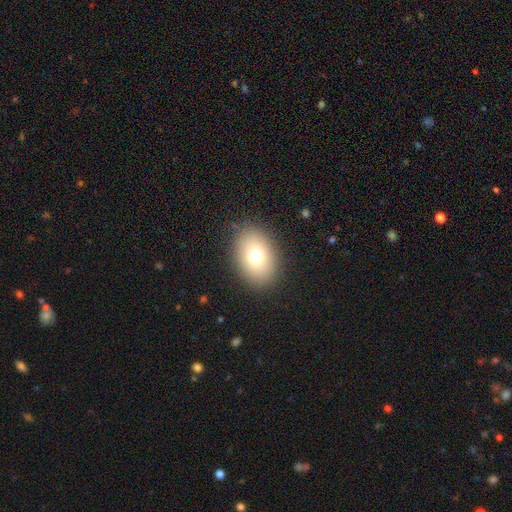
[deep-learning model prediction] Q: Smooth or featured?
A: smooth (72%); runner-up: featured or disk (15%)
Q: How rounded?
A: in between (74%); runner-up: round (25%)
Q: Merging?
A: none (87%); runner-up: minor disturbance (8%)